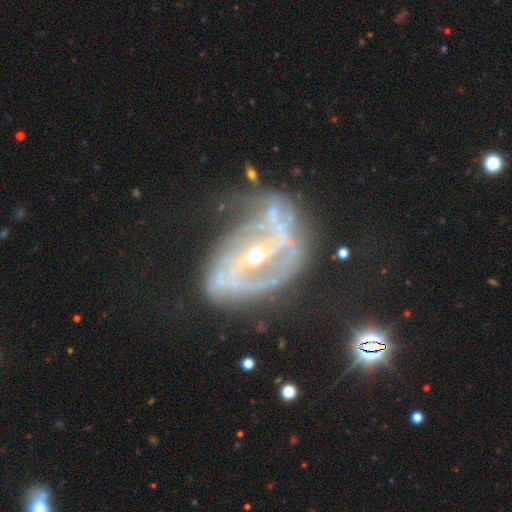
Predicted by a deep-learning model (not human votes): Overall: featured or disk (86%). Edge-on disk: no (96%). Bar: strong (50%; weak 30%). Spiral arms: yes (83%). Spiral arm count: 2 (59%; can't tell 22%). Spiral winding: medium (40%; tight 32%). Bulge size: small (58%; moderate 38%). Merging: none (40%; major disturbance 29%).